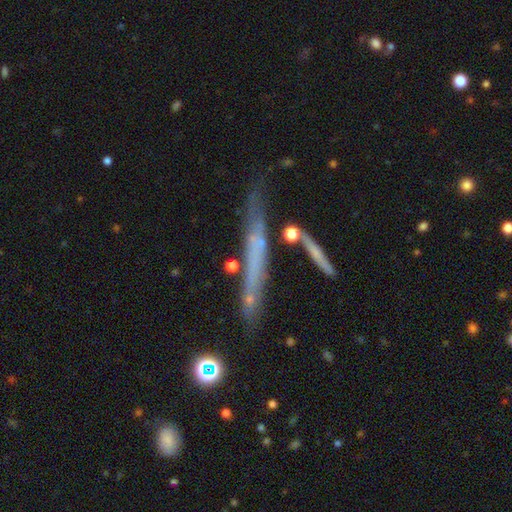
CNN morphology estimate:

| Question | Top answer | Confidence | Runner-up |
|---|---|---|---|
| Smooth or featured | featured or disk | 49% | smooth (40%) |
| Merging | none | 67% | minor disturbance (19%) |